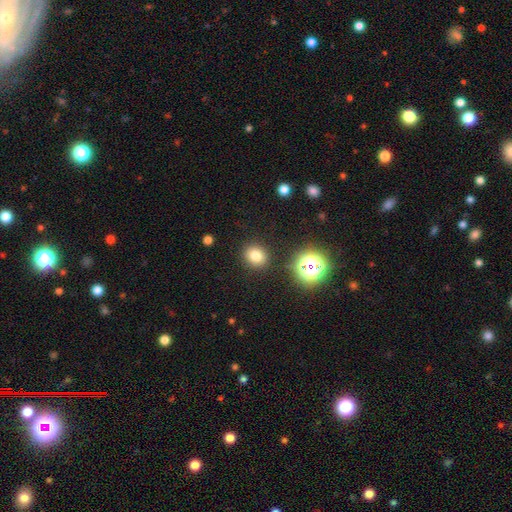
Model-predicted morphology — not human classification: This appears to be a smooth galaxy with no disk features (77%) that is round (73%). Merging: none (88%).